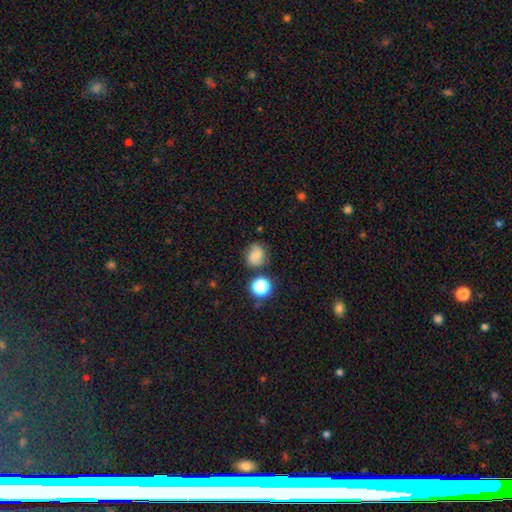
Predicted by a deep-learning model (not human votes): Morphology: type=smooth (63%); roundness=round (68%); merging=none (64%).